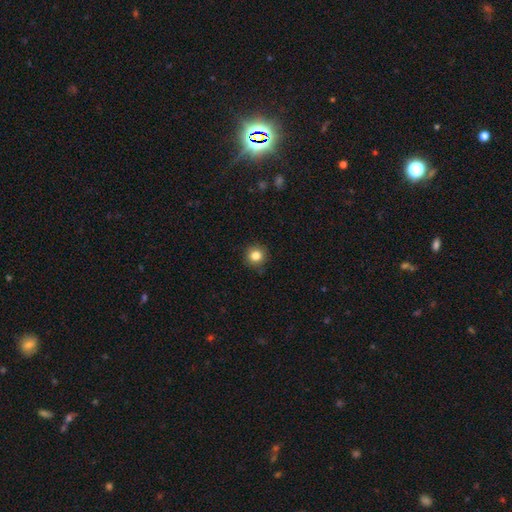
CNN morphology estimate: Smooth or featured? smooth (83%)
How rounded? round (94%)
Merging? none (91%)